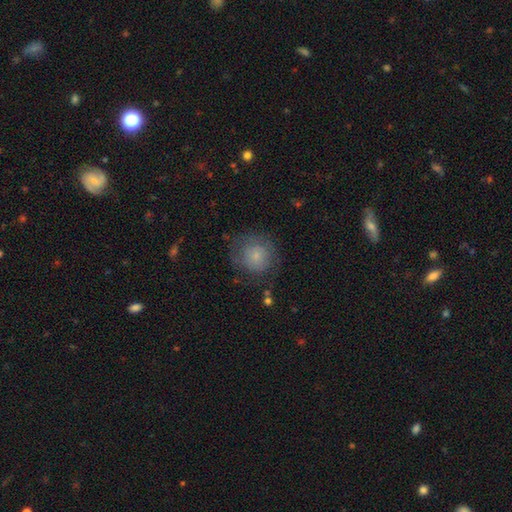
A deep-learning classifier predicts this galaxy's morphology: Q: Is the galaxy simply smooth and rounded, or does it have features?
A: smooth — 68%.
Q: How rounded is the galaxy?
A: round — 89%.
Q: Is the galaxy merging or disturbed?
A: none — 65%.